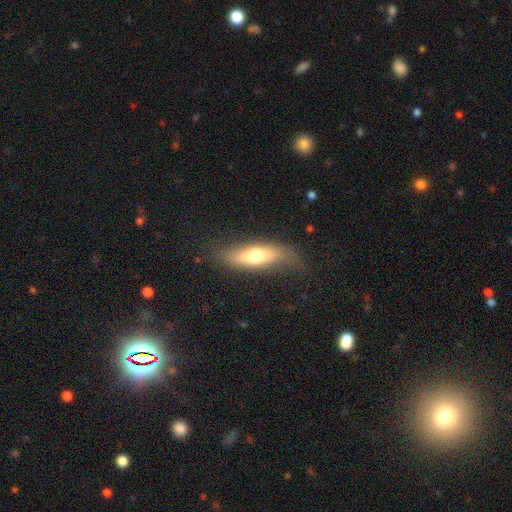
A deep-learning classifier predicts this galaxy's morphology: A smooth galaxy with no disk features (61%) that is in between round and cigar-shaped (57%). Merging: none (69%).